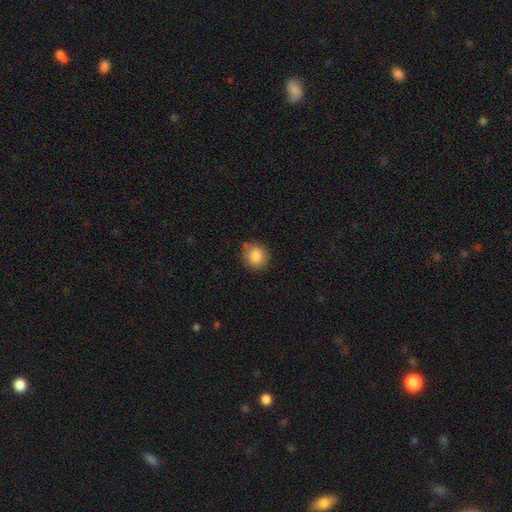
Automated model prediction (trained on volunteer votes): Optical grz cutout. It shows a smooth galaxy with no disk features (85%) that is round (76%). Merging: none (73%).